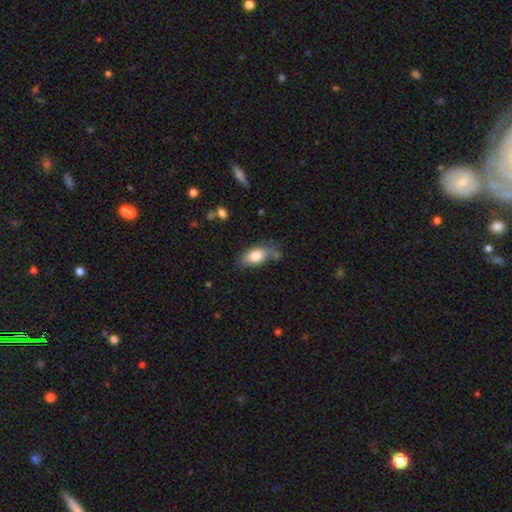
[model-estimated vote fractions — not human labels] smooth-or-featured: smooth: 80% | featured or disk: 13% | star or artifact: 7%
  how-rounded: in between: 90% | cigar-shaped: 5% | round: 4%
  merging: none: 58% | minor disturbance: 28% | major disturbance: 8% | merger: 6%